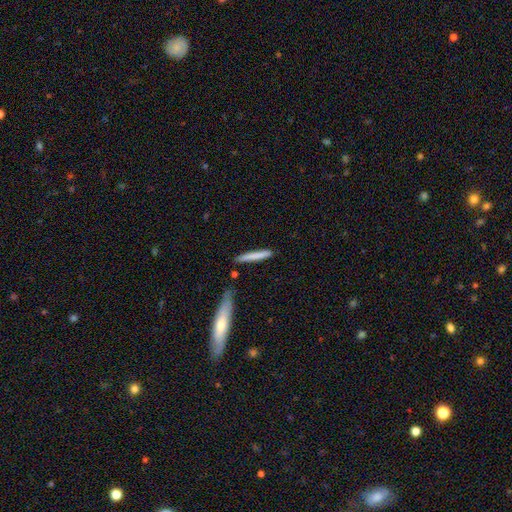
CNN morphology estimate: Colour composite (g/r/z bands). It shows a smooth galaxy with no disk features (76%) that is cigar-shaped (94%). Merging: none (79%).